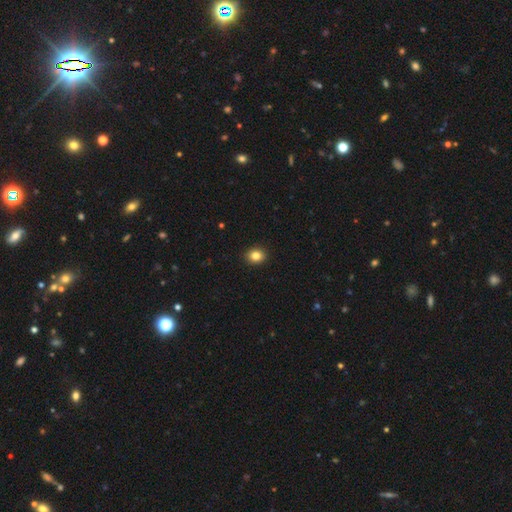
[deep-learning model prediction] A smooth galaxy with no disk features (85%) that is round (60%).

Vote fractions:
- Smooth or featured? smooth: 85% / star or artifact: 10% / featured or disk: 5%
- How rounded? round: 60% / in between: 39% / cigar-shaped: 1%
- Merging? none: 92% / minor disturbance: 6% / major disturbance: 2% / merger: 1%